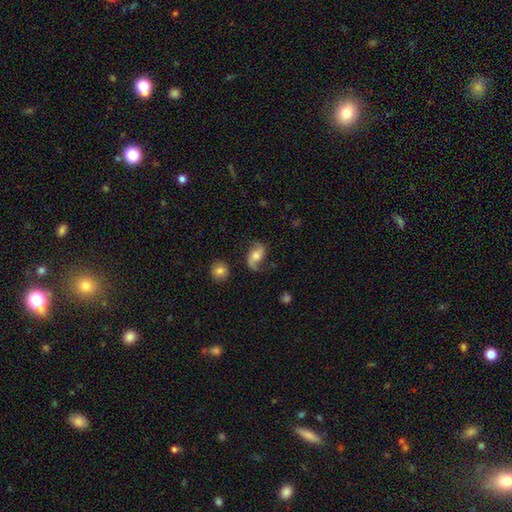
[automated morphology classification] The model was most divided on "bar": no: 55%, weak: 34%, strong: 11%. More confident: edge-on disk — no (96%); spiral arms — yes (95%); spiral arm count — 2 (88%); smooth or featured — featured or disk (77%); spiral winding — loose (75%); merging — none (70%); bulge size — moderate (60%).